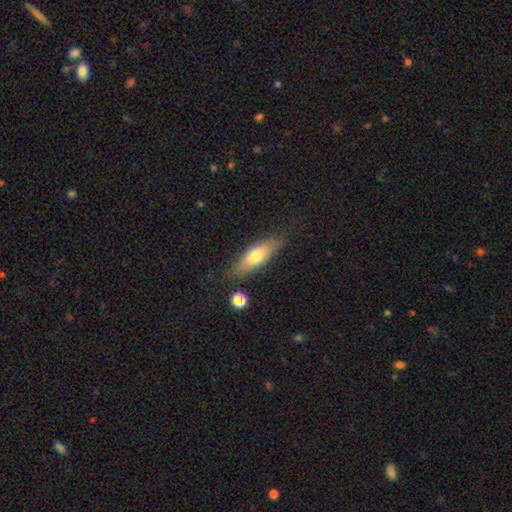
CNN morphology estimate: smooth-or-featured: smooth: 67% | featured or disk: 26% | star or artifact: 7%
  how-rounded: in between: 52% | cigar-shaped: 45% | round: 3%
  merging: none: 77% | minor disturbance: 15% | major disturbance: 4% | merger: 4%